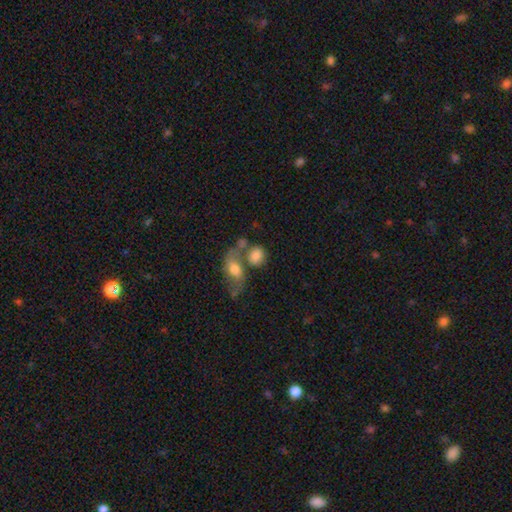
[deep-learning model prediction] This appears to be a smooth galaxy with no disk features (76%) that is in between round and cigar-shaped (57%). Merging: merger (39%, tied with none).